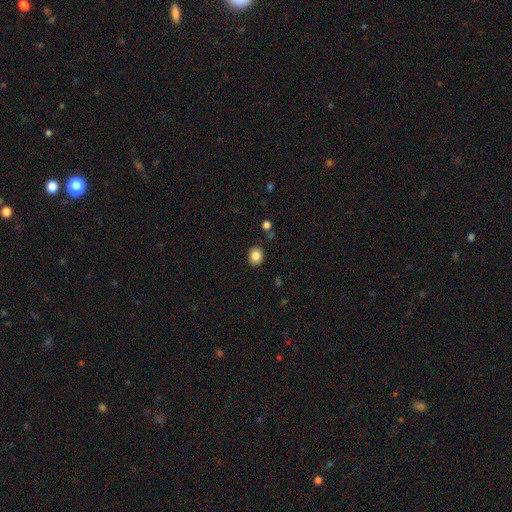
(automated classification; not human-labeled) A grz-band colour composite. It shows a smooth galaxy with no disk features (84%) that is round (60%). Merging: none (87%).